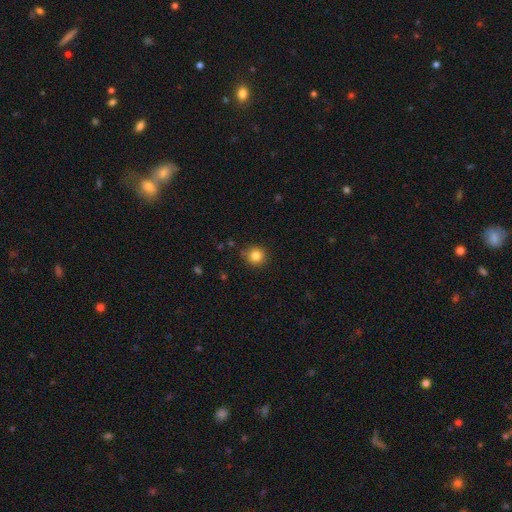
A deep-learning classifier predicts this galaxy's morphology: This appears to be a smooth galaxy with no disk features (84%) that is round (92%). Merging: none (86%).